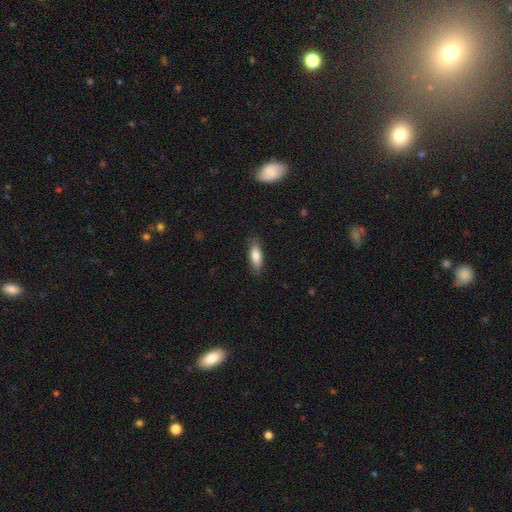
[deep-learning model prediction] Smooth or featured?
  - smooth: 80% *
  - featured or disk: 14%
  - star or artifact: 6%
How rounded?
  - in between: 63% *
  - cigar-shaped: 34%
  - round: 2%
Merging?
  - none: 84% *
  - minor disturbance: 12%
  - major disturbance: 3%
  - merger: 1%